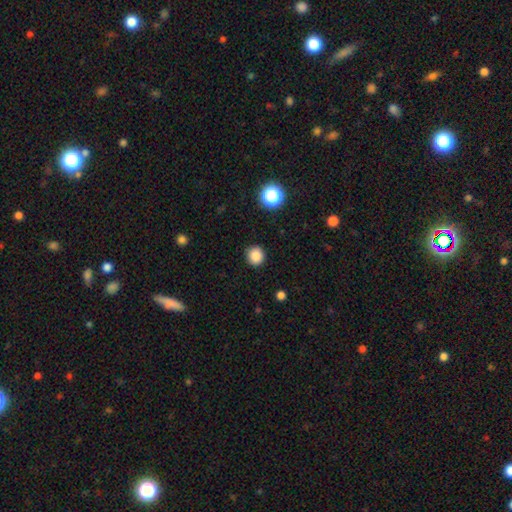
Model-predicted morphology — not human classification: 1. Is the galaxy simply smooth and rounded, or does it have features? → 85% smooth, 11% star or artifact, 4% featured or disk.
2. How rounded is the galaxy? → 90% round, 9% in between, 1% cigar-shaped.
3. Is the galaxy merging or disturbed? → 91% none, 6% minor disturbance, 2% major disturbance, 1% merger.